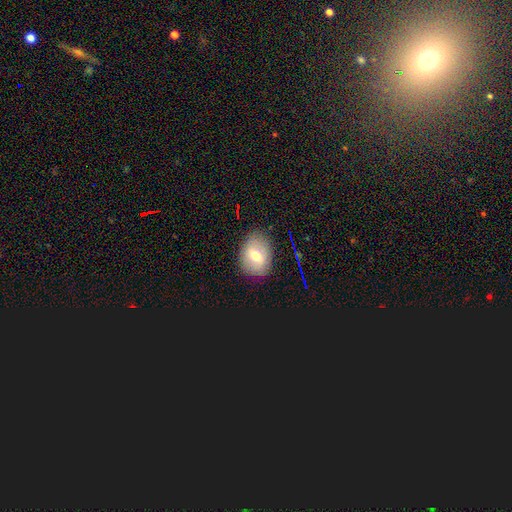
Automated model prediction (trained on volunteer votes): Q: Smooth or featured?
A: smooth (65%); runner-up: featured or disk (25%)
Q: How rounded?
A: in between (65%); runner-up: round (34%)
Q: Merging?
A: none (81%); runner-up: minor disturbance (14%)